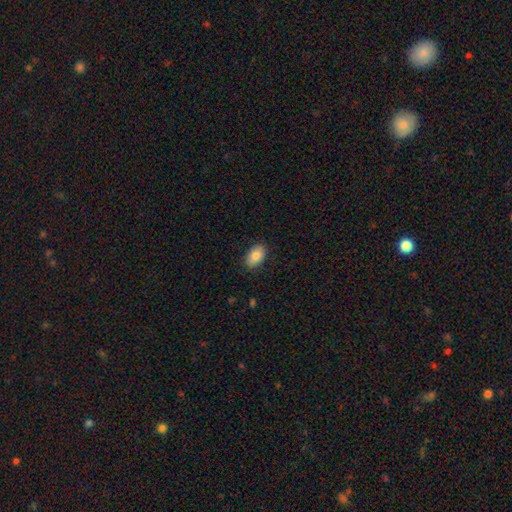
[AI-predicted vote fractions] smooth-or-featured: smooth: 83% | featured or disk: 10% | star or artifact: 7%
  how-rounded: in between: 90% | round: 8% | cigar-shaped: 1%
  merging: none: 86% | minor disturbance: 11% | major disturbance: 2% | merger: 1%